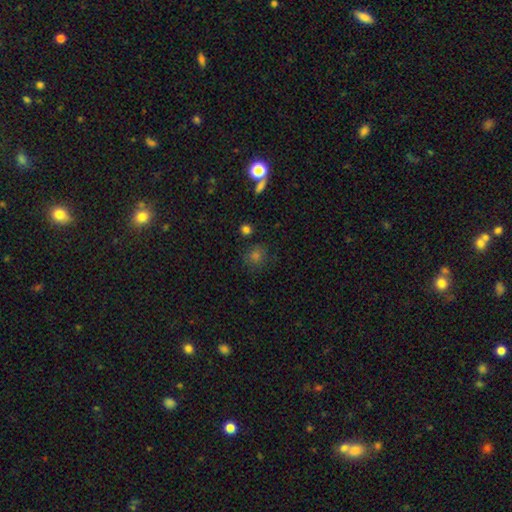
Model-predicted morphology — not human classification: Smooth or featured? smooth (66%)
How rounded? round (87%)
Merging? none (81%)